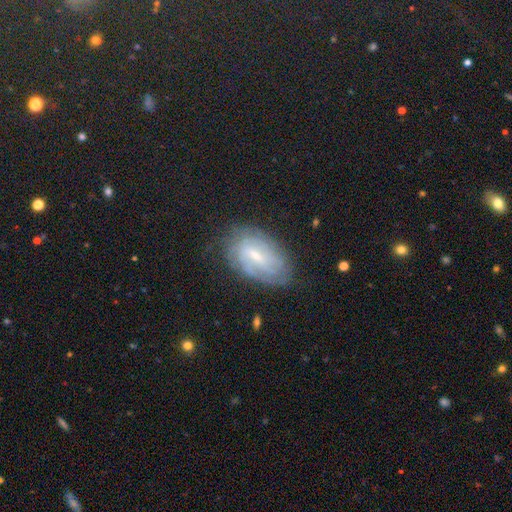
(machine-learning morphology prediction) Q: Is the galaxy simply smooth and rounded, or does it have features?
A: featured or disk — 69%.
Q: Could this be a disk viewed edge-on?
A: no — 94%.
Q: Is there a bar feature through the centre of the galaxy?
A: weak — 55%.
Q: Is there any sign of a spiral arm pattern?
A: yes — 83%.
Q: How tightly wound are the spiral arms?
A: tight — 60%.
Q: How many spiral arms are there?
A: can't tell — 54%.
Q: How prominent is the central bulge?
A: small — 64%.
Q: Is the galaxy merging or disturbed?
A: none — 71%.